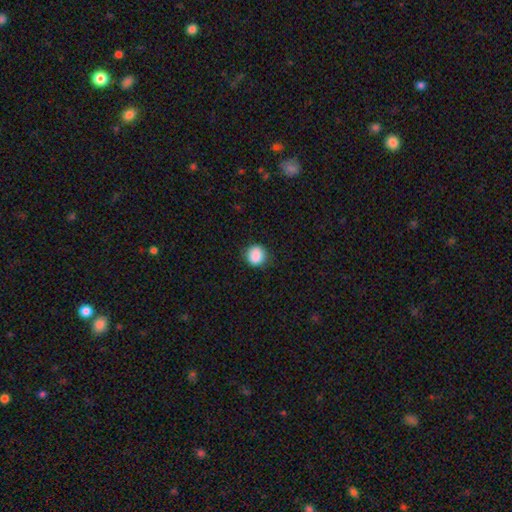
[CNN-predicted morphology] A smooth galaxy with no disk features (88%) that is round (90%). Merging: none (88%).